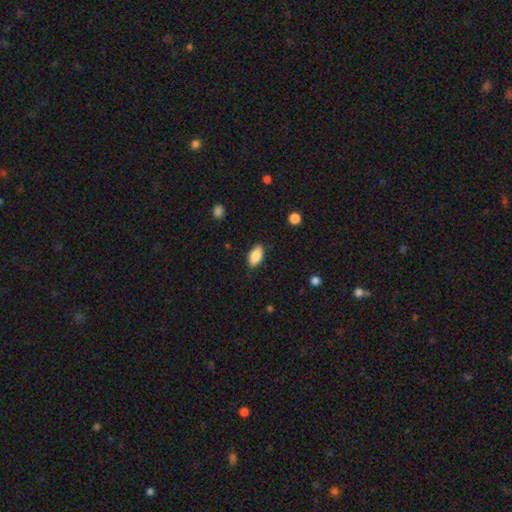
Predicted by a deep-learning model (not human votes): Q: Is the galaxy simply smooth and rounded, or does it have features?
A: smooth — 84%.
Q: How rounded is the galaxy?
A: in between — 90%.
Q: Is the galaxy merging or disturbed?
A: none — 86%.